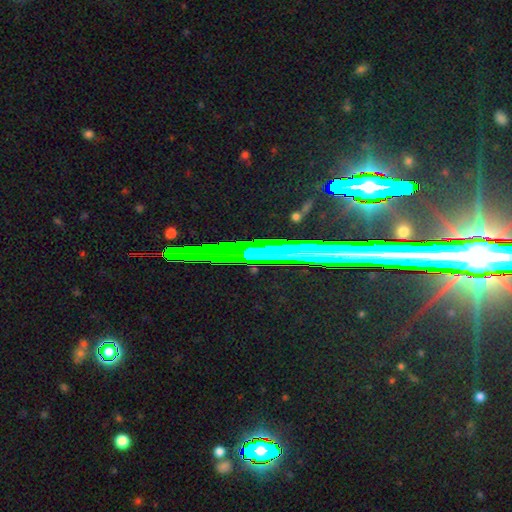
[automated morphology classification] smooth_or_featured: star or artifact (p=0.66) [alt: featured or disk p=0.24]